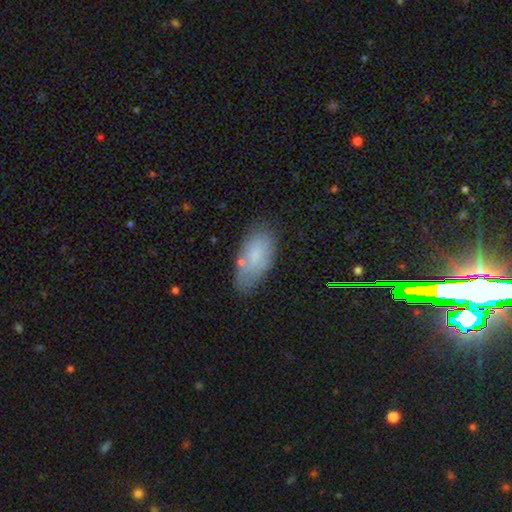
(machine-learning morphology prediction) Smooth or featured? Predicted: smooth (p=0.73). How rounded? Predicted: in between (p=0.91). Merging? Predicted: none (p=0.67).